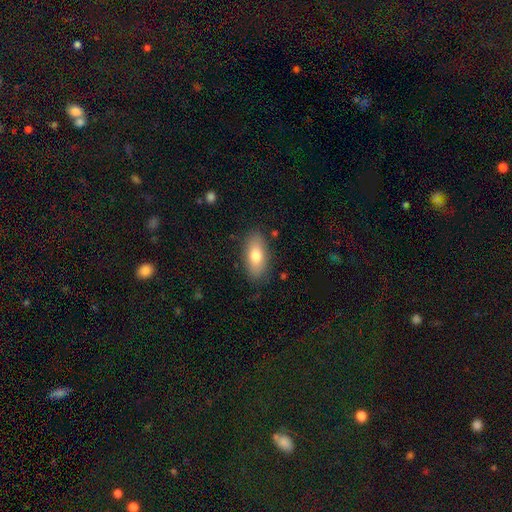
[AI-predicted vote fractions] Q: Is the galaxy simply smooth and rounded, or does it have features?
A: smooth — 75%.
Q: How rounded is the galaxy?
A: in between — 87%.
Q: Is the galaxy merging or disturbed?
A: none — 84%.